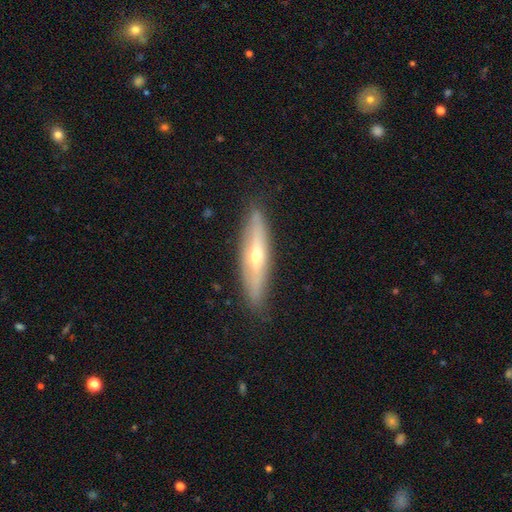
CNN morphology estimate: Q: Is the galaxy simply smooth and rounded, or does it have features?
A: featured or disk — 58%.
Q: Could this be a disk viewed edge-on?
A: yes — 76%.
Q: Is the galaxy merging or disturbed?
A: none — 86%.